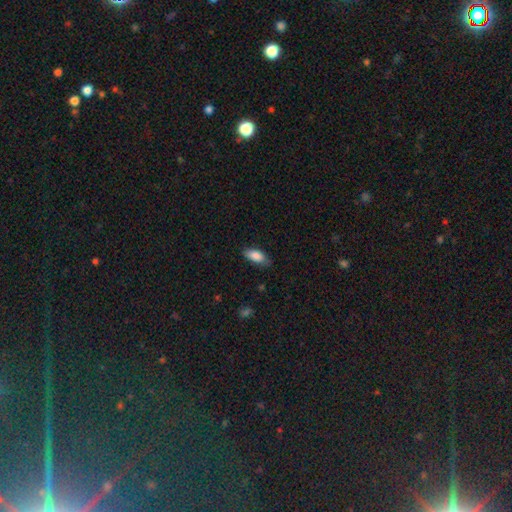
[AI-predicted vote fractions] This is clearly a smooth galaxy (86%). How rounded: clearly in between (86%). Merging: likely none (77%).